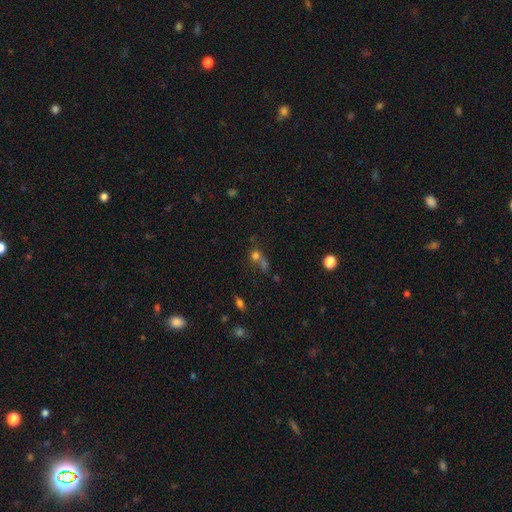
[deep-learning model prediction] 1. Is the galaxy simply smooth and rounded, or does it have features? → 67% smooth, 20% star or artifact, 13% featured or disk.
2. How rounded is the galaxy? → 82% round, 17% in between, 2% cigar-shaped.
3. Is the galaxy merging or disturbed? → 44% merger, 40% none, 9% minor disturbance, 7% major disturbance.